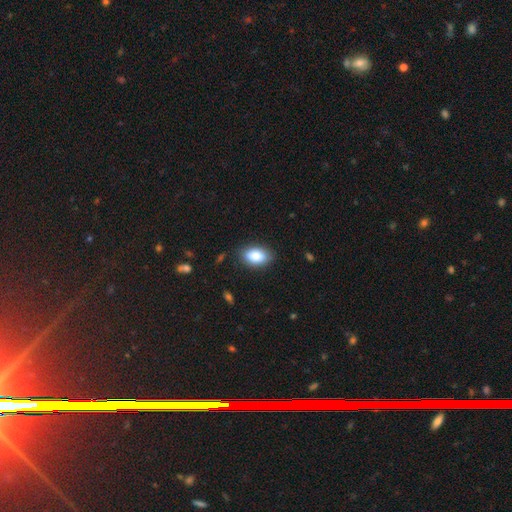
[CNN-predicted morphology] type=smooth (87%); roundness=in between (91%); merging=none (84%).